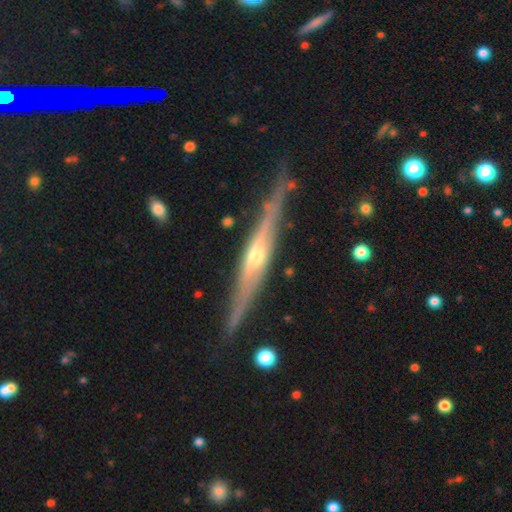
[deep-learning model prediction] Q: Smooth or featured?
A: featured or disk (82%); runner-up: smooth (12%)
Q: Edge-on disk?
A: yes (96%); runner-up: no (4%)
Q: Edge-on bulge?
A: rounded (73%); runner-up: none (18%)
Q: Merging?
A: none (81%); runner-up: minor disturbance (14%)